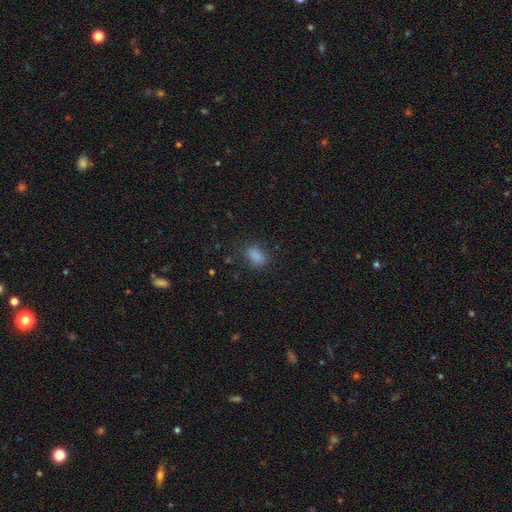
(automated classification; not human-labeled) A smooth galaxy with no disk features (83%) that is in between round and cigar-shaped (81%). Merging: none (73%).